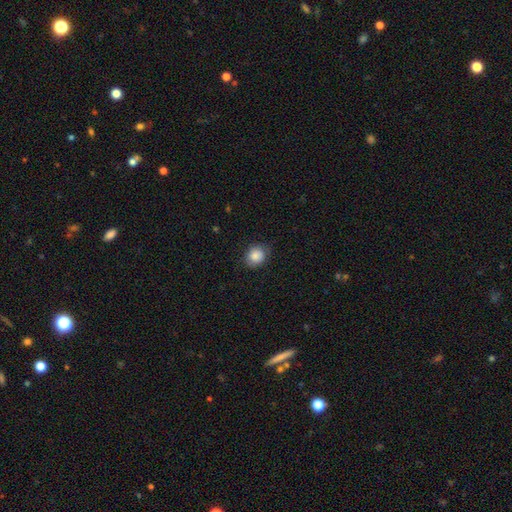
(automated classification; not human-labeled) Morphology: type=smooth (86%); roundness=round (72%); merging=none (79%).